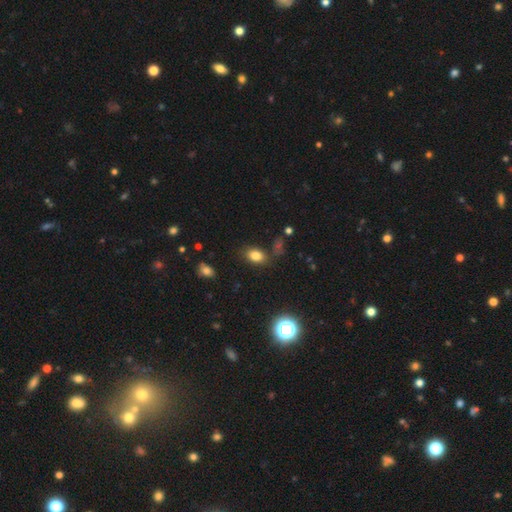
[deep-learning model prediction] smooth_or_featured: smooth (p=0.80) [alt: star or artifact p=0.13]
how_rounded: in between (p=0.82) [alt: round p=0.16]
merging: none (p=0.77) [alt: minor disturbance p=0.14]